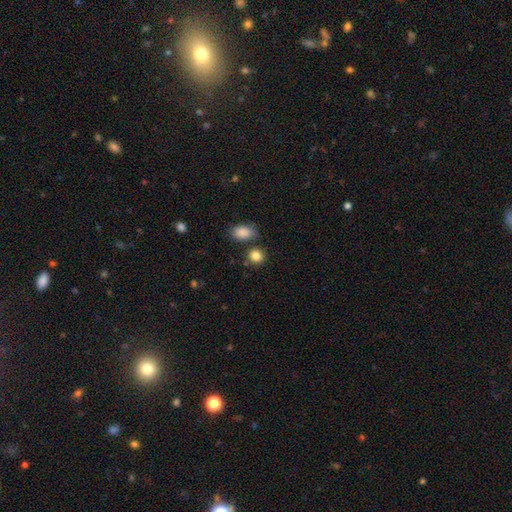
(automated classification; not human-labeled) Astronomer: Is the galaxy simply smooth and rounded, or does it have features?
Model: smooth — 85%.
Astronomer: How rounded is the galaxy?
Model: round — 79%.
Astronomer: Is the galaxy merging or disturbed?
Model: none — 73%.